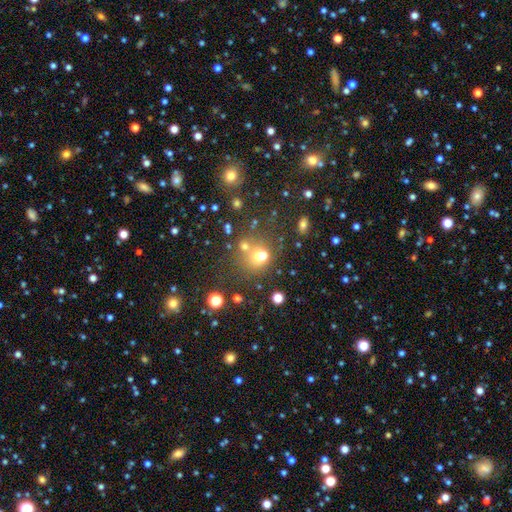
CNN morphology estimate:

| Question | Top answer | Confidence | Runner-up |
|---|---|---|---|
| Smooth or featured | smooth | 61% | star or artifact (27%) |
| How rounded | round | 75% | in between (24%) |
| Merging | none | 56% | merger (25%) |